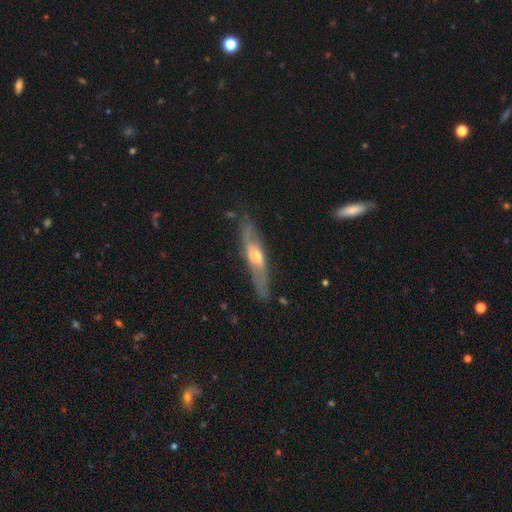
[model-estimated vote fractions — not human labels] Morphology: type=featured or disk (63%); edge-on=yes (71%); merging=none (79%).